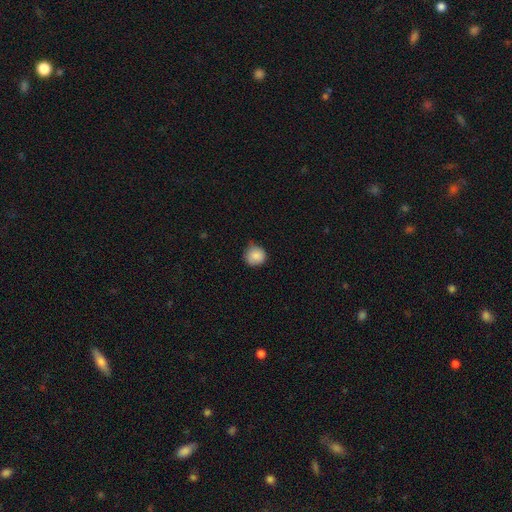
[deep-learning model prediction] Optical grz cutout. It shows a smooth galaxy with no disk features (87%) that is round (92%). Merging: none (65%).